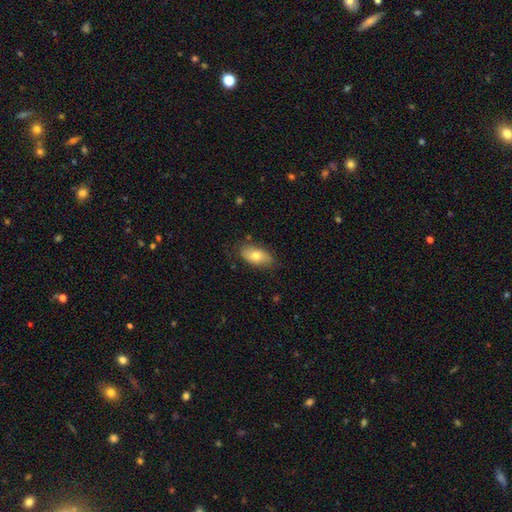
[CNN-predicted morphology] type=smooth (72%); roundness=in between (92%); merging=none (78%).